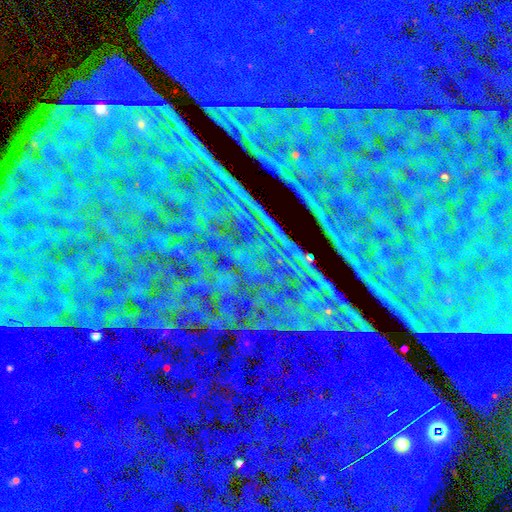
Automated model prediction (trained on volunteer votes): Overall: star or artifact (86%).